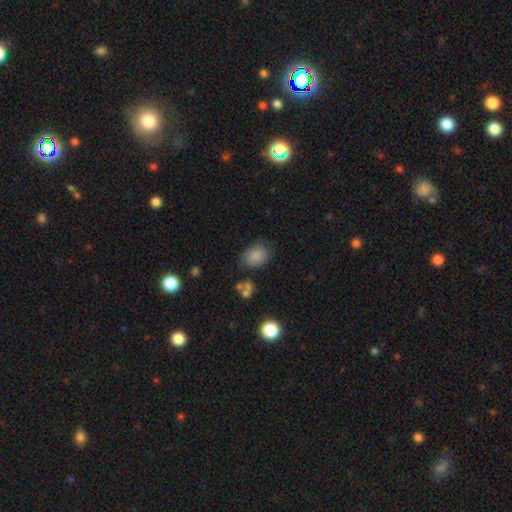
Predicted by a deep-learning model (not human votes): A smooth galaxy with no disk features (83%) that is in between round and cigar-shaped (72%).

Vote fractions:
- Smooth or featured? smooth: 83% / star or artifact: 10% / featured or disk: 8%
- How rounded? in between: 72% / round: 27% / cigar-shaped: 1%
- Merging? none: 67% / minor disturbance: 22% / major disturbance: 7% / merger: 4%